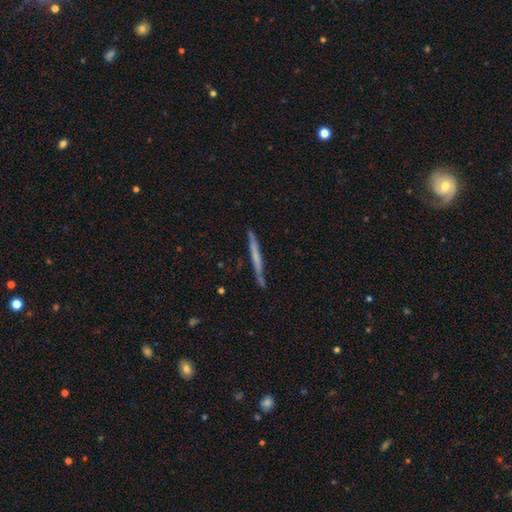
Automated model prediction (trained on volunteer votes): Morphology: type=smooth (51%); roundness=cigar-shaped (97%); merging=none (83%).